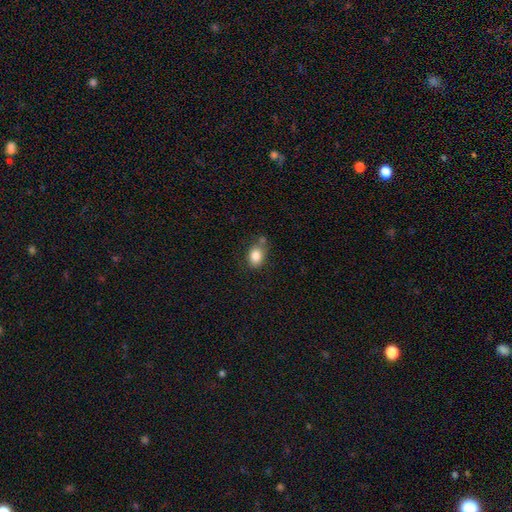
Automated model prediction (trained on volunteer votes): This is clearly a smooth galaxy (84%). How rounded: likely in between (70%). Merging: likely none (63%).